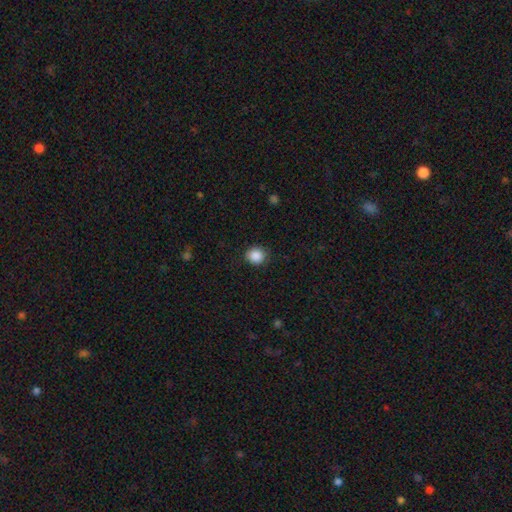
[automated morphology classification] smooth 88%, star or artifact 9%, featured or disk 3%. Down the decision tree: how rounded — round (85%); merging — none (87%).